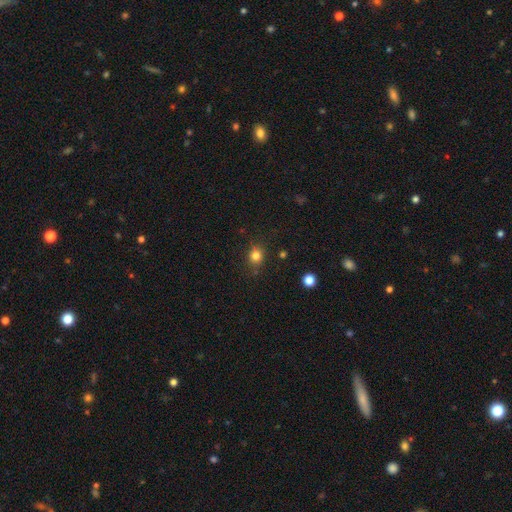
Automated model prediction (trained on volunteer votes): This is clearly a smooth galaxy (81%). How rounded: likely round (76%). Merging: clearly none (84%).